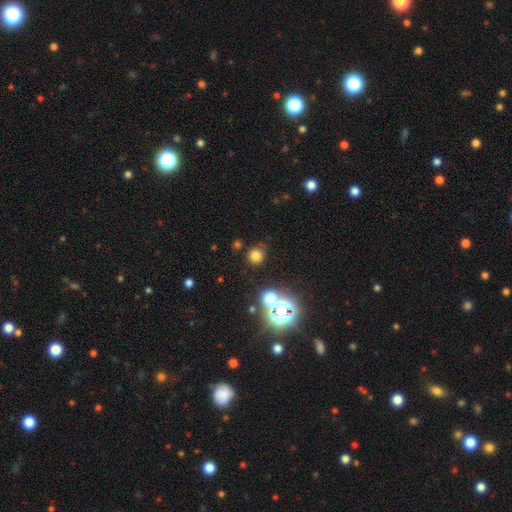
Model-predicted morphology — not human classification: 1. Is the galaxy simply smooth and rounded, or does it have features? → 71% smooth, 22% star or artifact, 7% featured or disk.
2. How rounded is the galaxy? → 90% round, 9% in between, 1% cigar-shaped.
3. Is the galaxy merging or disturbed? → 80% none, 12% minor disturbance, 4% major disturbance, 4% merger.